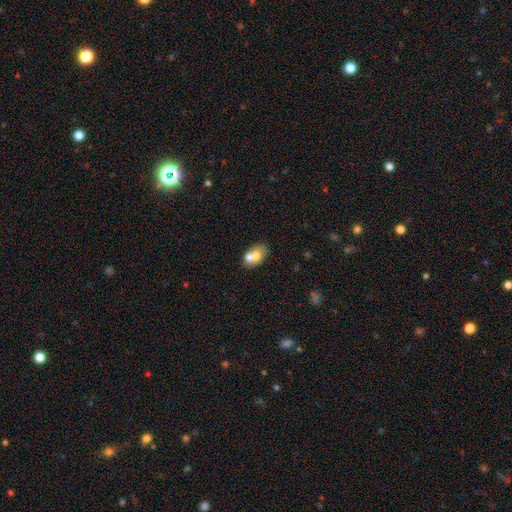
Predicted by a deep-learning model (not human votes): Overall: smooth (65%; featured or disk 26%). How rounded: in between (76%). Merging: merger (46%; none 39%).